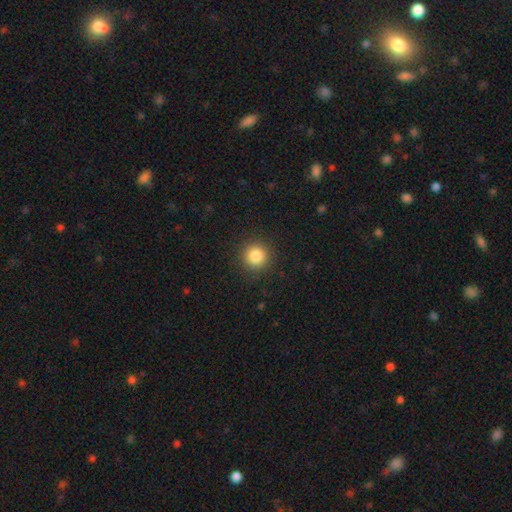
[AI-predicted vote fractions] This is clearly a smooth galaxy (85%). How rounded: clearly round (94%). Merging: clearly none (91%).